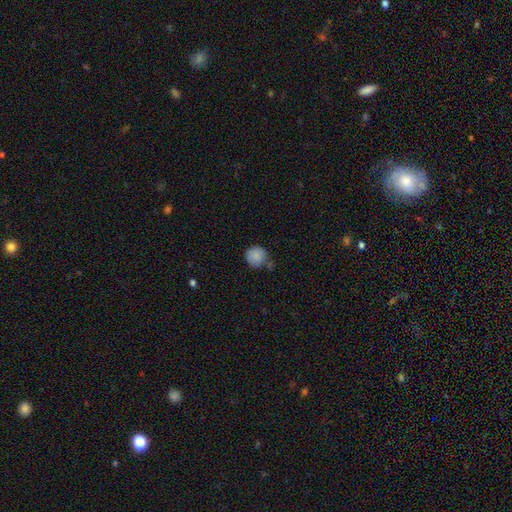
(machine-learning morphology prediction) A smooth galaxy with no disk features (85%) that is round (93%).

Vote fractions:
- Smooth or featured? smooth: 85% / star or artifact: 8% / featured or disk: 7%
- How rounded? round: 93% / in between: 6% / cigar-shaped: 1%
- Merging? none: 69% / minor disturbance: 20% / merger: 7% / major disturbance: 4%